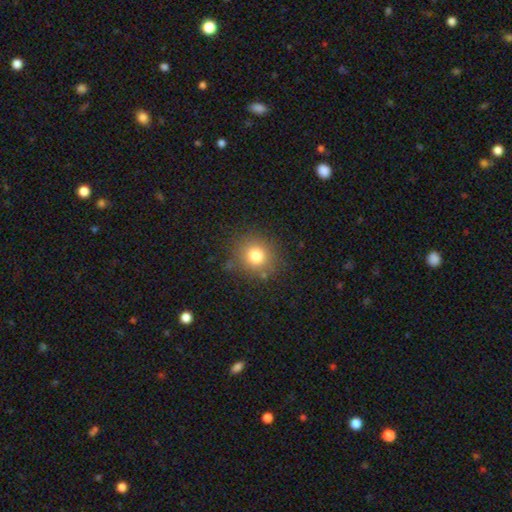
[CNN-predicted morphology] Q: Smooth or featured?
A: smooth (78%); runner-up: star or artifact (13%)
Q: How rounded?
A: round (86%); runner-up: in between (13%)
Q: Merging?
A: none (83%); runner-up: minor disturbance (11%)